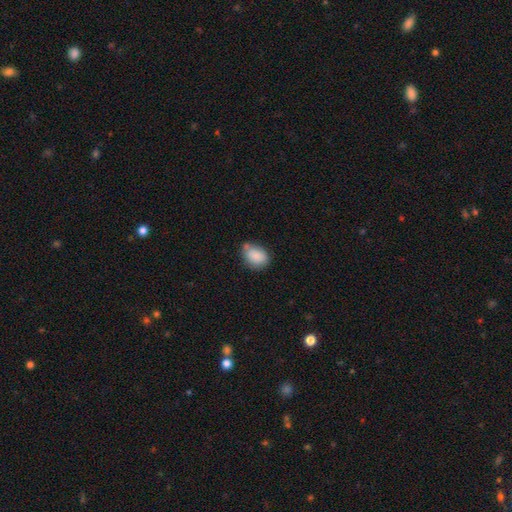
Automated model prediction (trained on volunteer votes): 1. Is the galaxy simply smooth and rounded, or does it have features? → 85% smooth, 7% featured or disk, 7% star or artifact.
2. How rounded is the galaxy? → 72% in between, 26% round, 1% cigar-shaped.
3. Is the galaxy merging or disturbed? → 60% none, 26% minor disturbance, 9% merger, 5% major disturbance.